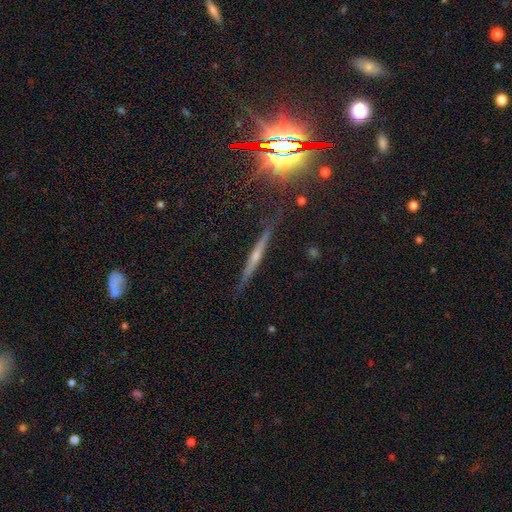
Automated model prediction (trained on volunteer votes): Morphology: type=featured or disk (62%); edge-on=yes (96%); edge-on bulge=rounded (66%); merging=none (86%).